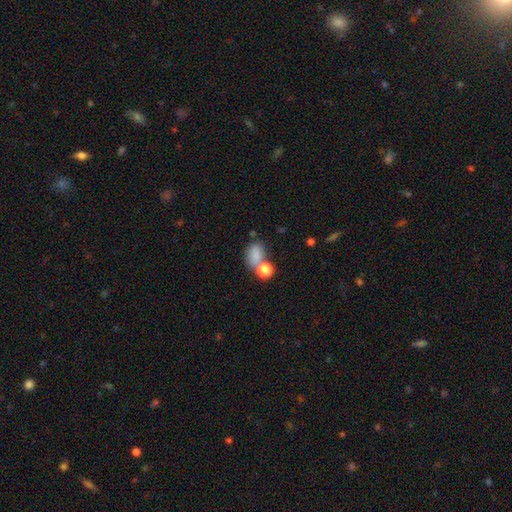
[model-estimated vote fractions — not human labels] Smooth or featured? Predicted: smooth (p=0.79). How rounded? Predicted: in between (p=0.77). Merging? Predicted: none (p=0.45).